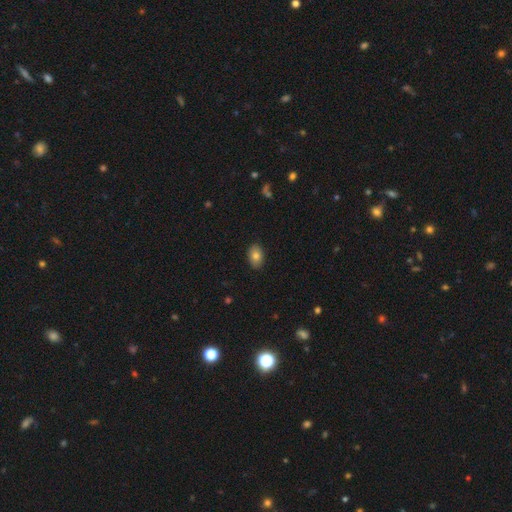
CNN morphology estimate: Q: Smooth or featured?
A: smooth (81%); runner-up: featured or disk (10%)
Q: How rounded?
A: in between (86%); runner-up: round (13%)
Q: Merging?
A: none (88%); runner-up: minor disturbance (9%)